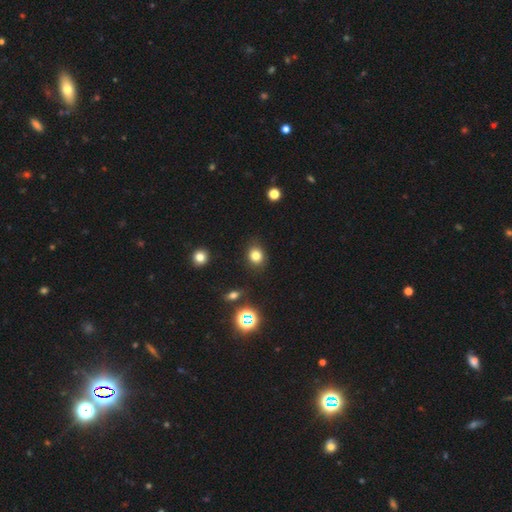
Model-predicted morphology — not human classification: Smooth or featured: smooth — 79% (star or artifact — 14%)
How rounded: round — 66% (in between — 33%)
Merging: none — 86% (minor disturbance — 9%)